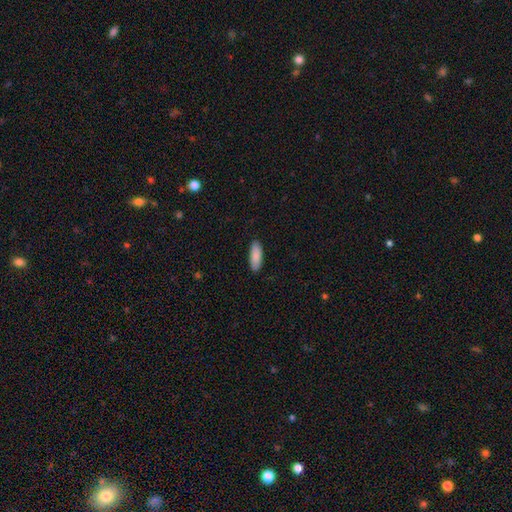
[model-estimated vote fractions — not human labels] Overall: smooth (90%). How rounded: in between (66%; cigar-shaped 33%). Merging: none (89%).